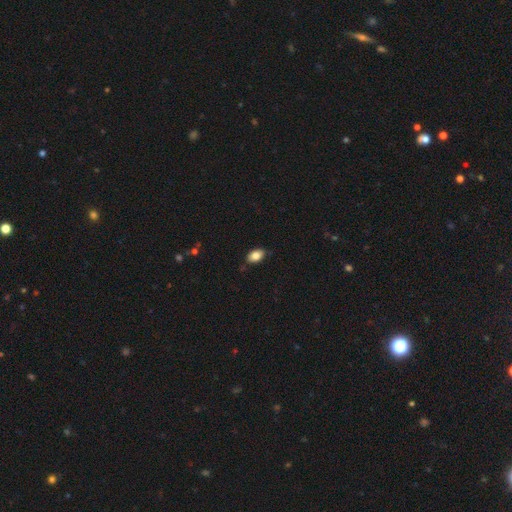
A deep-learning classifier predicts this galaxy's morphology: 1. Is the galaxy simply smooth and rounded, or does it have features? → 84% smooth, 8% featured or disk, 8% star or artifact.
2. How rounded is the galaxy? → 89% in between, 10% round, 2% cigar-shaped.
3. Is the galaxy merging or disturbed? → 82% none, 14% minor disturbance, 2% major disturbance, 1% merger.